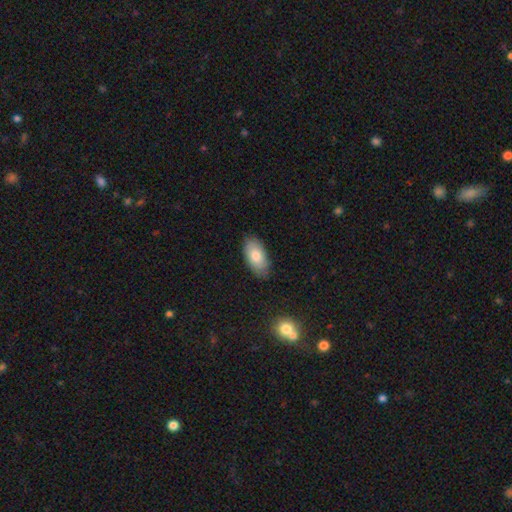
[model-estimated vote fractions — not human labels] Q: Smooth or featured?
A: smooth (80%); runner-up: featured or disk (14%)
Q: How rounded?
A: in between (94%); runner-up: cigar-shaped (3%)
Q: Merging?
A: none (84%); runner-up: minor disturbance (12%)